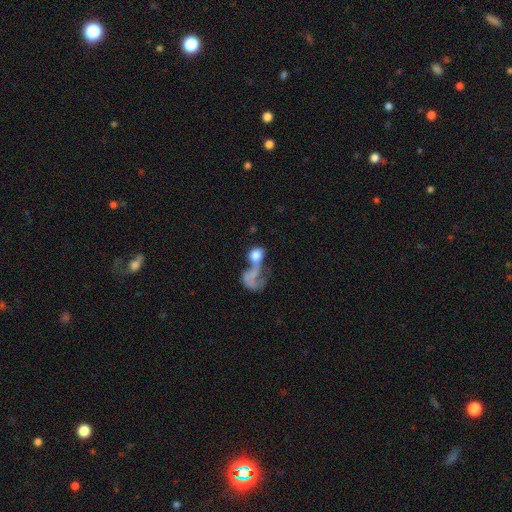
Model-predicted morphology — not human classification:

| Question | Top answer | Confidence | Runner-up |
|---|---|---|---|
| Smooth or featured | smooth | 59% | featured or disk (30%) |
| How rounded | in between | 51% | round (46%) |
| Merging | merger | 44% | major disturbance (34%) |